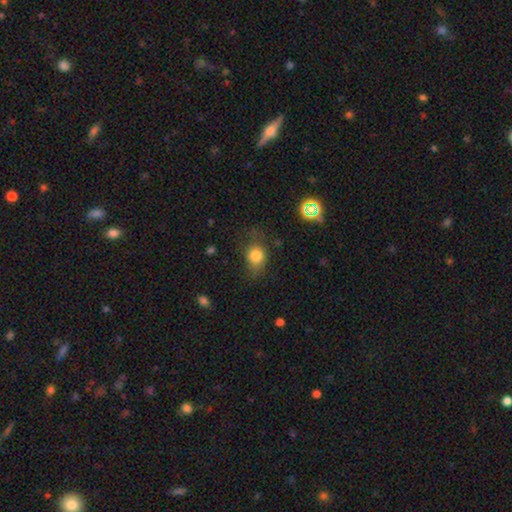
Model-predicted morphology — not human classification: smooth_or_featured: smooth (p=0.78) [alt: star or artifact p=0.12]
how_rounded: round (p=0.57) [alt: in between p=0.41]
merging: none (p=0.57) [alt: minor disturbance p=0.27]